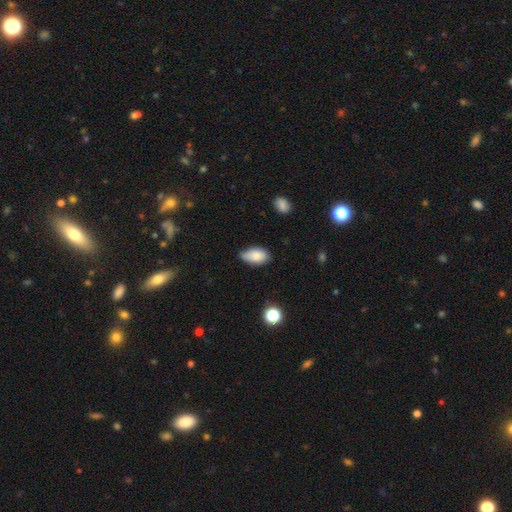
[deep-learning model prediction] Smooth or featured: smooth — 83% (featured or disk — 9%)
How rounded: in between — 93% (round — 5%)
Merging: none — 67% (minor disturbance — 28%)